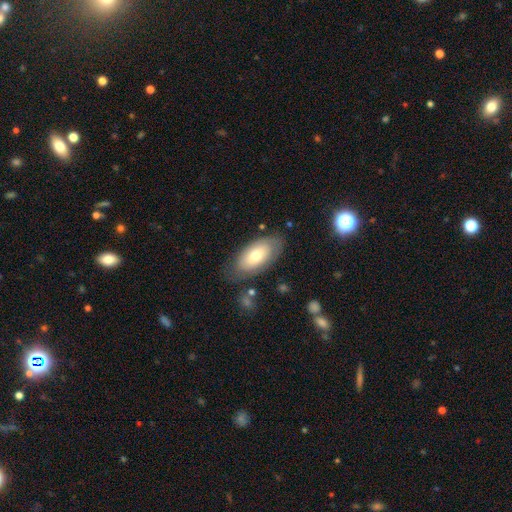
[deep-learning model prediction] smooth-or-featured: smooth: 67% | featured or disk: 26% | star or artifact: 7%
  how-rounded: in between: 92% | cigar-shaped: 5% | round: 3%
  merging: none: 76% | minor disturbance: 17% | major disturbance: 5% | merger: 3%